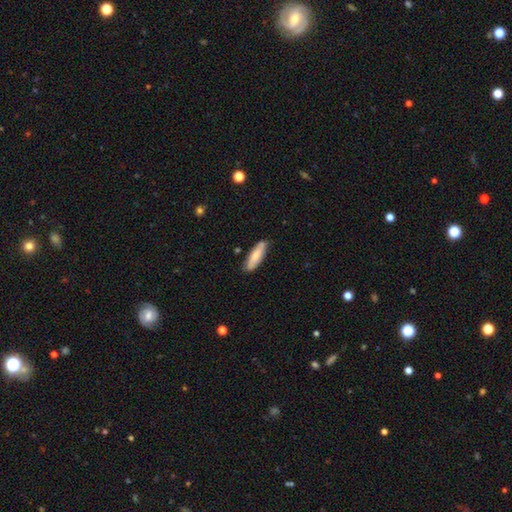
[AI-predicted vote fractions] Q: Smooth or featured?
A: smooth (72%); runner-up: featured or disk (22%)
Q: How rounded?
A: cigar-shaped (57%); runner-up: in between (41%)
Q: Merging?
A: none (79%); runner-up: minor disturbance (16%)